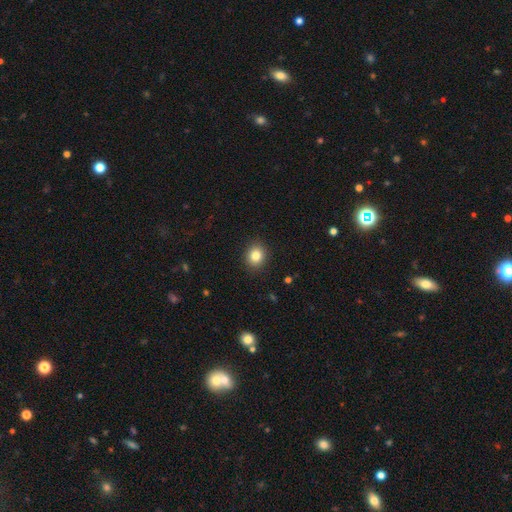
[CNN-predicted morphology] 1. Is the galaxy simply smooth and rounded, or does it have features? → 83% smooth, 10% star or artifact, 7% featured or disk.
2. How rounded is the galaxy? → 72% round, 27% in between, 1% cigar-shaped.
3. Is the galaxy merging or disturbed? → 91% none, 7% minor disturbance, 2% major disturbance, 1% merger.